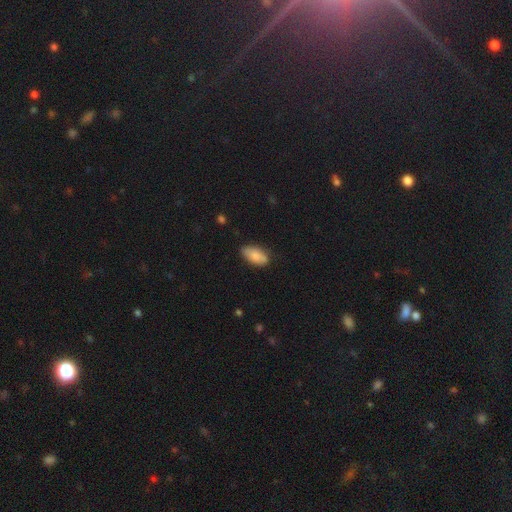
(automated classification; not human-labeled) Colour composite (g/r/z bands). It shows a smooth galaxy with no disk features (83%) that is in between round and cigar-shaped (92%). Merging: none (75%).